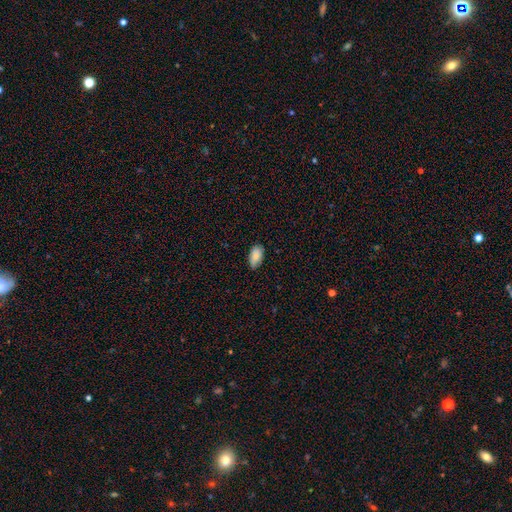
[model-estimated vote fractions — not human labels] Smooth or featured? smooth (82%)
How rounded? in between (94%)
Merging? none (74%)